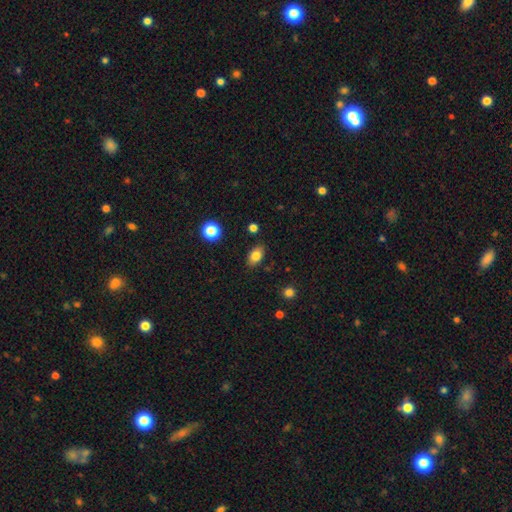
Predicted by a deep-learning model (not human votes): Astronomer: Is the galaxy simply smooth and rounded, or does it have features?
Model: smooth — 81%.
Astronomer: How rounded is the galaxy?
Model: in between — 87%.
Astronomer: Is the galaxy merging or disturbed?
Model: none — 85%.